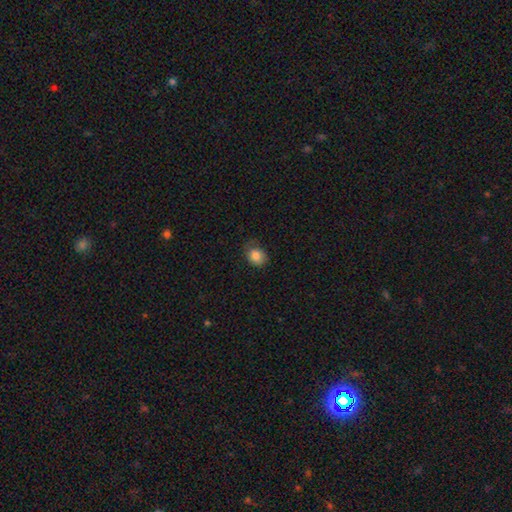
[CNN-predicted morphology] type=smooth (84%); roundness=round (56%); merging=none (62%).